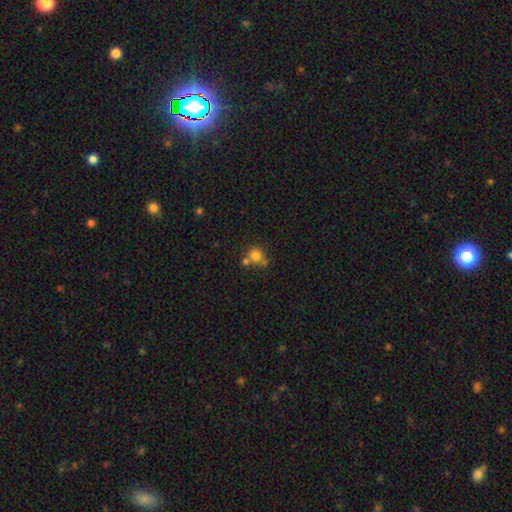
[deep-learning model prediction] smooth 77%, star or artifact 13%, featured or disk 10%. Down the decision tree: how rounded — round (84%); merging — none (48%).